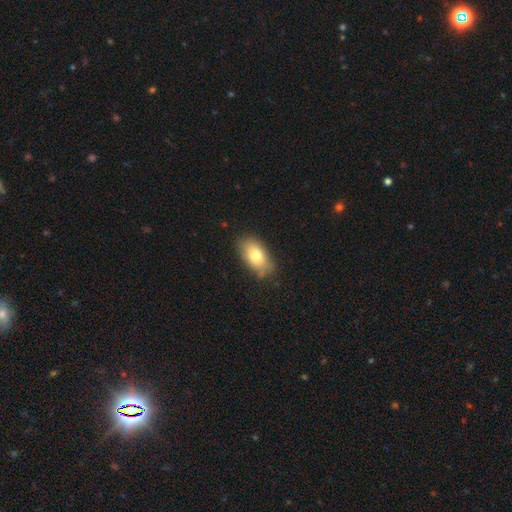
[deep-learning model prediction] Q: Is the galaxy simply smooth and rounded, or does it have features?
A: smooth — 76%.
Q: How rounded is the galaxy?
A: in between — 91%.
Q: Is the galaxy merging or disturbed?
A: none — 73%.